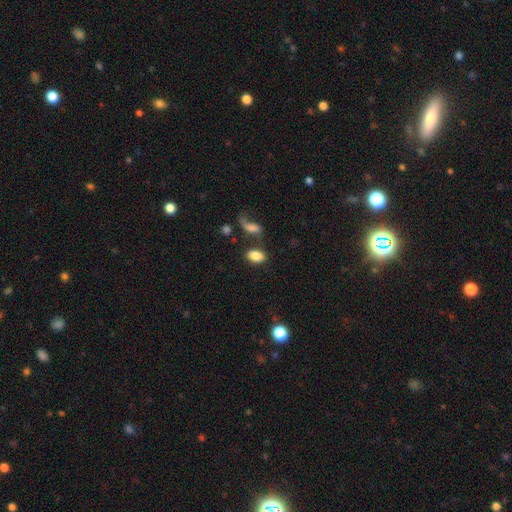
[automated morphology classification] The model was most divided on "merging": none: 62%, merger: 17%, minor disturbance: 13%, major disturbance: 8%. More confident: how rounded — in between (89%); smooth or featured — smooth (83%).